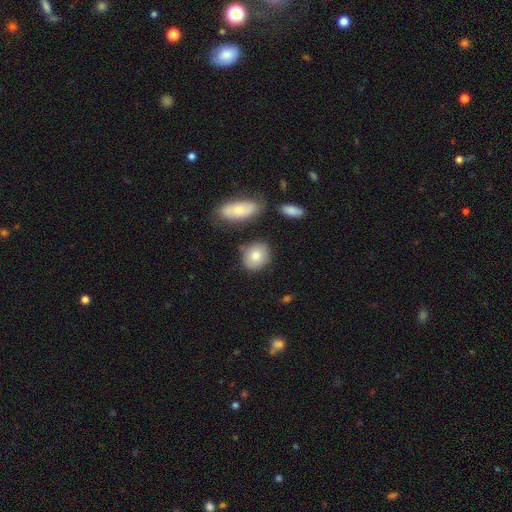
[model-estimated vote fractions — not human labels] Smooth or featured?
  - smooth: 80% *
  - featured or disk: 12%
  - star or artifact: 8%
How rounded?
  - round: 56% *
  - in between: 42%
  - cigar-shaped: 2%
Merging?
  - none: 74% *
  - minor disturbance: 14%
  - merger: 8%
  - major disturbance: 4%